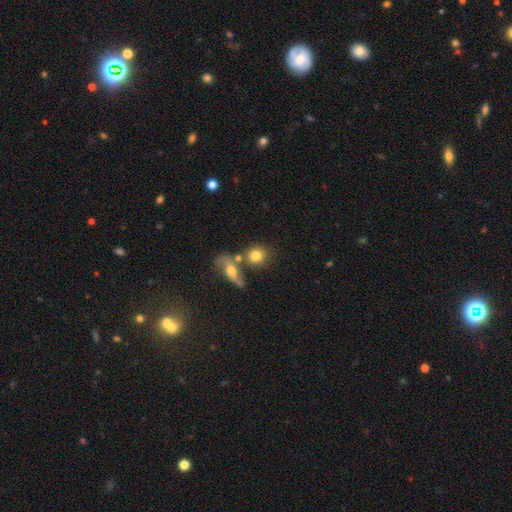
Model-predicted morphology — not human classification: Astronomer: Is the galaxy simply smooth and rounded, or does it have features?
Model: smooth — 77%.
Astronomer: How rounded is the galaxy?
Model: round — 76%.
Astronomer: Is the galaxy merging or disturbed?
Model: none — 56%.